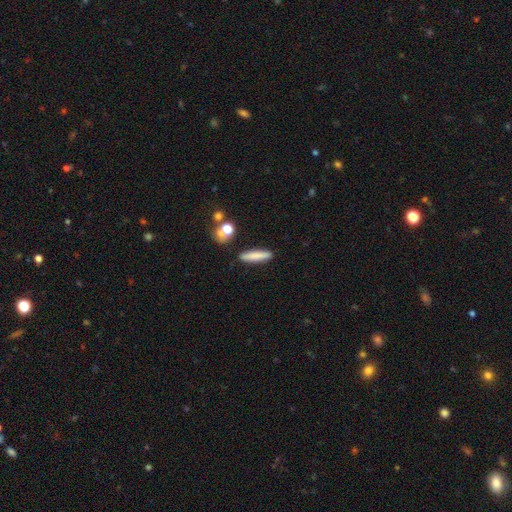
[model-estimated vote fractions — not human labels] Smooth or featured?
  - smooth: 76% *
  - featured or disk: 16%
  - star or artifact: 8%
How rounded?
  - cigar-shaped: 84% *
  - in between: 14%
  - round: 3%
Merging?
  - none: 86% *
  - minor disturbance: 8%
  - merger: 4%
  - major disturbance: 2%